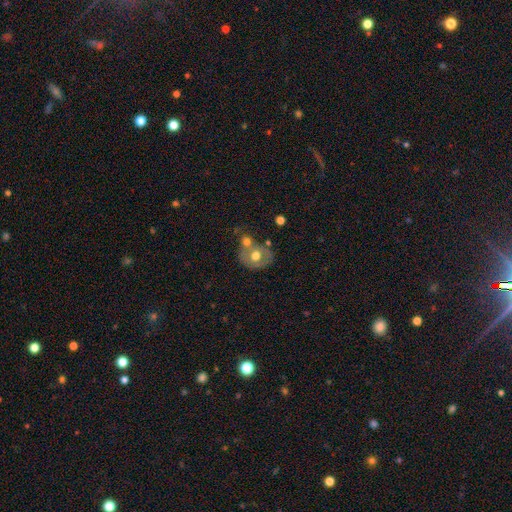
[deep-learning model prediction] smooth-or-featured: smooth: 51% | featured or disk: 41% | star or artifact: 8%
  how-rounded: round: 60% | in between: 39% | cigar-shaped: 1%
  merging: none: 42% | merger: 37% | minor disturbance: 15% | major disturbance: 7%